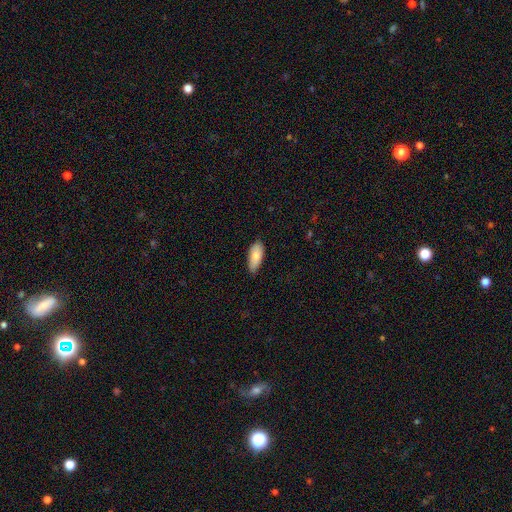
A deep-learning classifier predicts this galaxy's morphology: Smooth or featured? Predicted: smooth (p=0.80). How rounded? Predicted: in between (p=0.87). Merging? Predicted: none (p=0.77).